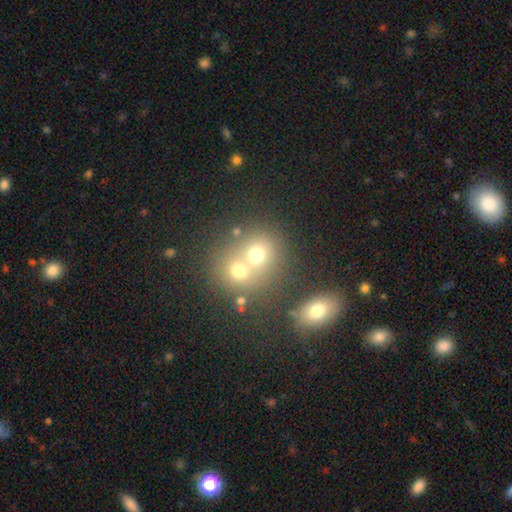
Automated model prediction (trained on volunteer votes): Smooth or featured: smooth — 67% (featured or disk — 17%)
How rounded: round — 74% (in between — 26%)
Merging: merger — 57% (none — 34%)